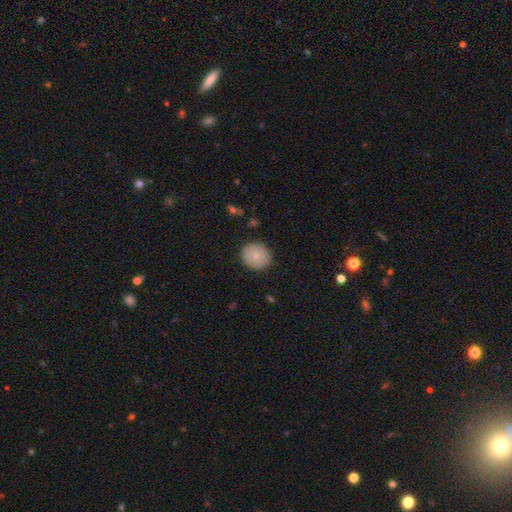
smooth_or_featured: smooth (p=0.82) [alt: star or artifact p=0.10]
how_rounded: round (p=0.94) [alt: in between p=0.06]
merging: none (p=0.83) [alt: minor disturbance p=0.09]